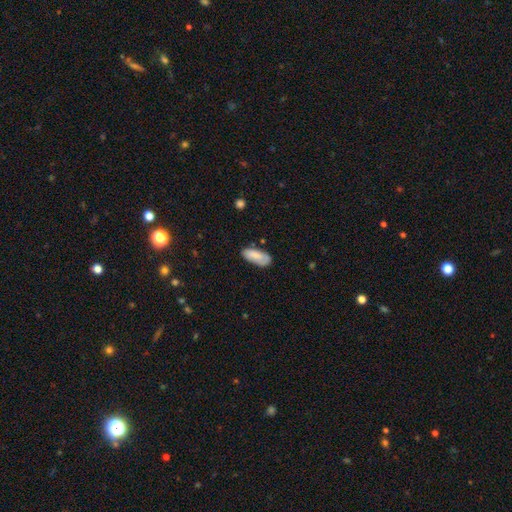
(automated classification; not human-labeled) Smooth or featured? smooth (82%)
How rounded? in between (83%)
Merging? none (68%)